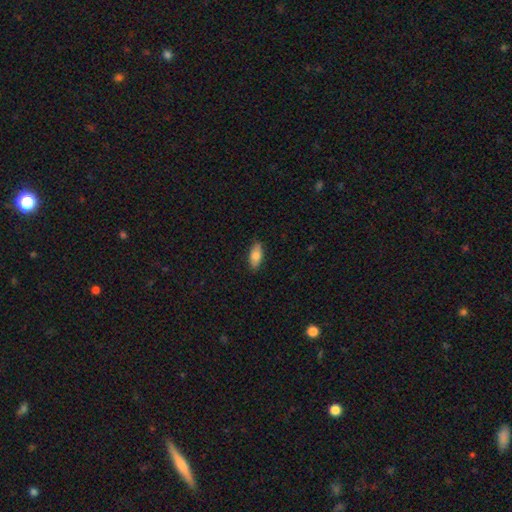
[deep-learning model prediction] smooth 78%, featured or disk 16%, star or artifact 6%. Down the decision tree: how rounded — in between (85%); merging — none (87%).